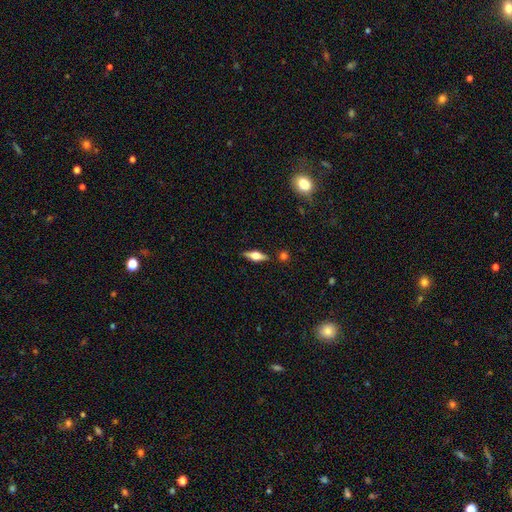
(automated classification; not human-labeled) Smooth or featured? Predicted: featured or disk (p=0.50). Edge-on disk? Predicted: yes (p=0.93). Merging? Predicted: none (p=0.84).